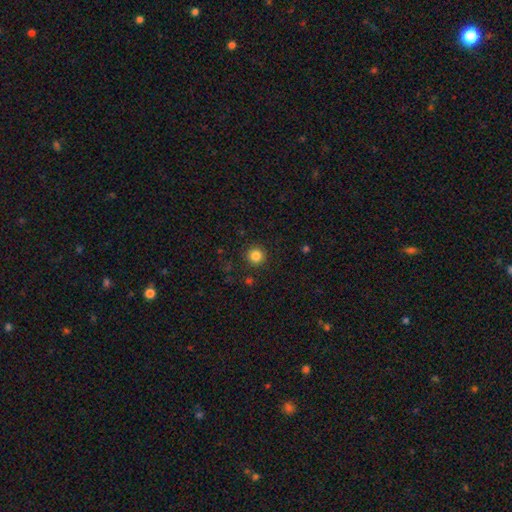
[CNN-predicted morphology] Smooth or featured?
  - smooth: 84% *
  - star or artifact: 11%
  - featured or disk: 4%
How rounded?
  - round: 95% *
  - in between: 4%
  - cigar-shaped: 1%
Merging?
  - none: 91% *
  - minor disturbance: 6%
  - major disturbance: 2%
  - merger: 1%